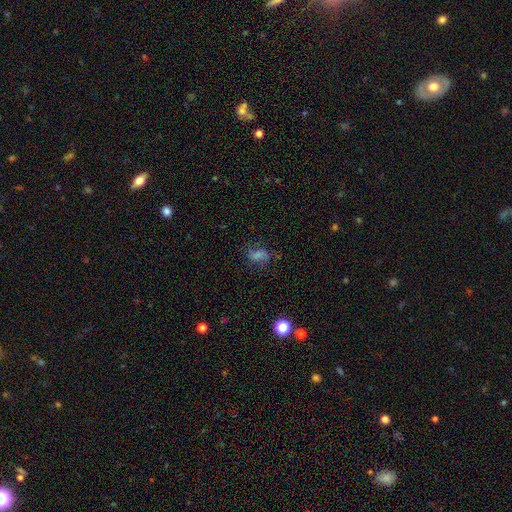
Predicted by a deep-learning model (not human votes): smooth_or_featured: smooth (p=0.50) [alt: featured or disk p=0.27]
merging: none (p=0.64) [alt: minor disturbance p=0.21]